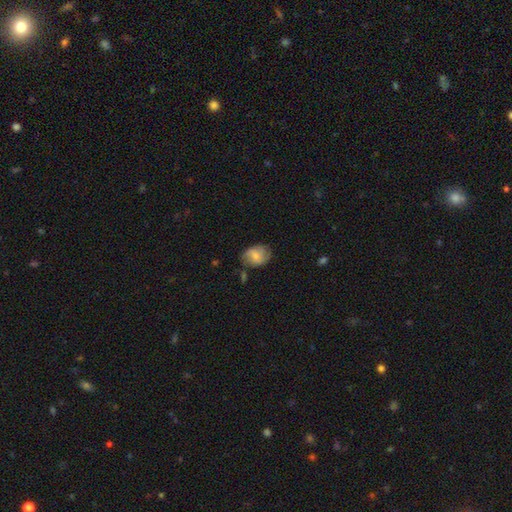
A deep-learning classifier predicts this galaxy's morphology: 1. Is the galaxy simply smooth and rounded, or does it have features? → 55% smooth, 37% featured or disk, 8% star or artifact.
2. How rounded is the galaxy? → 64% in between, 34% round, 1% cigar-shaped.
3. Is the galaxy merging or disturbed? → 64% none, 25% minor disturbance, 7% major disturbance, 4% merger.